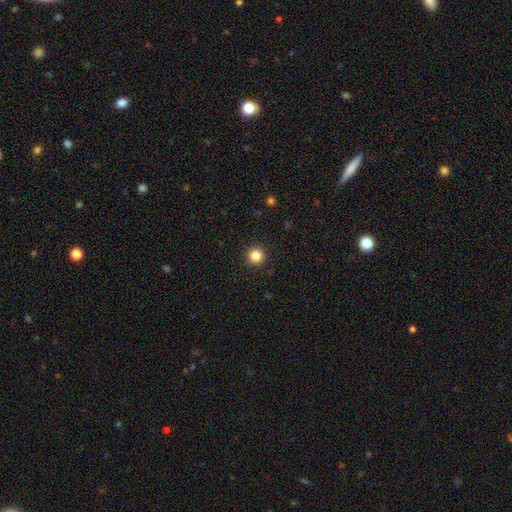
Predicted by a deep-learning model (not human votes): Morphology: type=smooth (84%); roundness=round (96%); merging=none (93%).